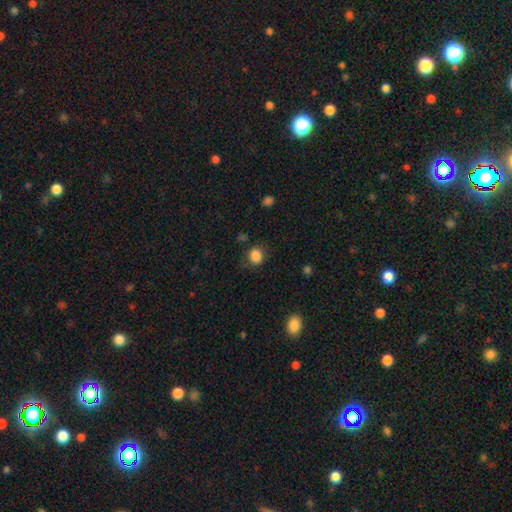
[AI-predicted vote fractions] Overall: smooth (86%). How rounded: round (68%; in between 31%). Merging: none (77%).